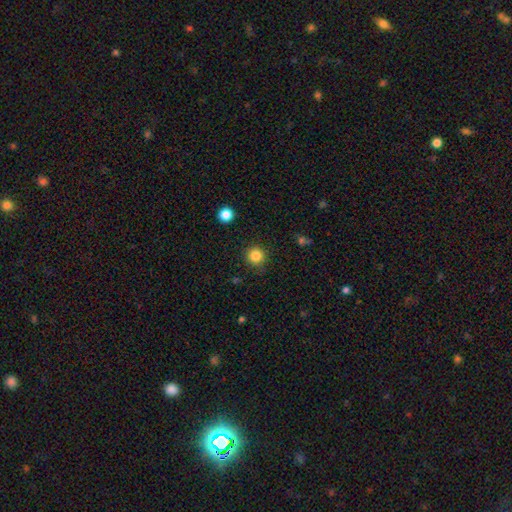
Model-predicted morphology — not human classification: A smooth galaxy with no disk features (84%) that is round (94%).

Vote fractions:
- Smooth or featured? smooth: 84% / star or artifact: 12% / featured or disk: 4%
- How rounded? round: 94% / in between: 5% / cigar-shaped: 1%
- Merging? none: 88% / minor disturbance: 8% / major disturbance: 3% / merger: 1%